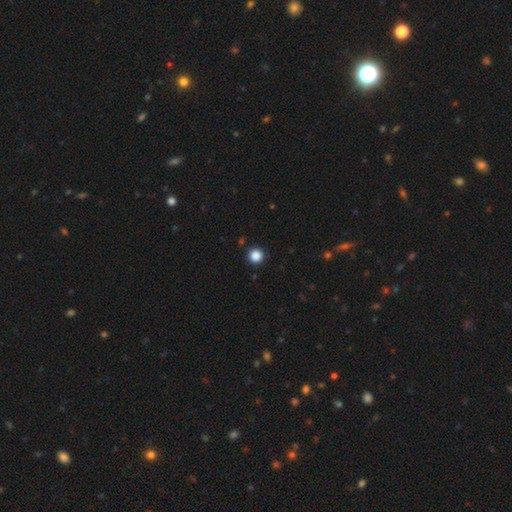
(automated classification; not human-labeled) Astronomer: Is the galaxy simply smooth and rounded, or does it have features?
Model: smooth — 86%.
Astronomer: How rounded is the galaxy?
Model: round — 95%.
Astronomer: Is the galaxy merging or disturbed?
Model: none — 92%.